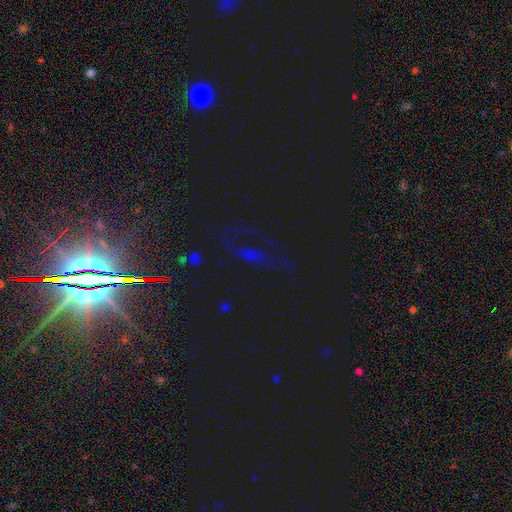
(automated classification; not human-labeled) Smooth or featured?
  - star or artifact: 76% *
  - featured or disk: 13%
  - smooth: 11%